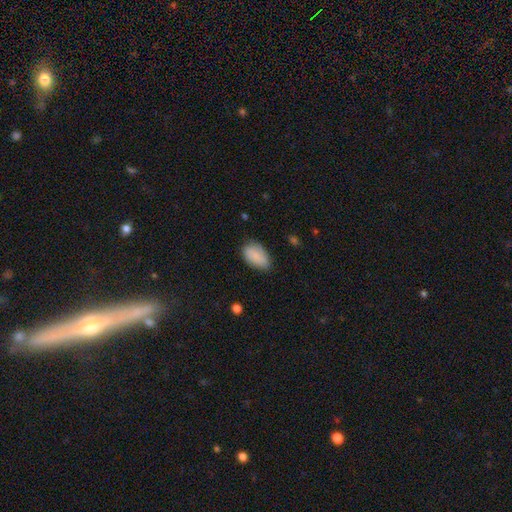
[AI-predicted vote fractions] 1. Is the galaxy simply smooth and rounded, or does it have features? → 86% smooth, 7% featured or disk, 7% star or artifact.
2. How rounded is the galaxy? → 93% in between, 5% round, 2% cigar-shaped.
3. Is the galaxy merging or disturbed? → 69% none, 25% minor disturbance, 5% major disturbance, 1% merger.